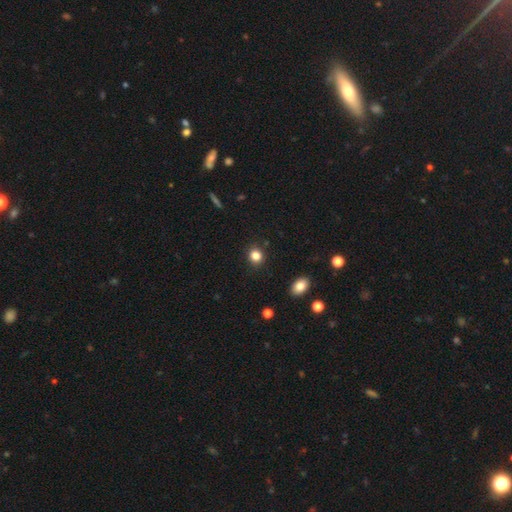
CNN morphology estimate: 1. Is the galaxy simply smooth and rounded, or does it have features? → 83% smooth, 12% star or artifact, 5% featured or disk.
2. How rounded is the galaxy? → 77% round, 22% in between, 1% cigar-shaped.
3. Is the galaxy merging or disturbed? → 89% none, 7% minor disturbance, 2% major disturbance, 1% merger.